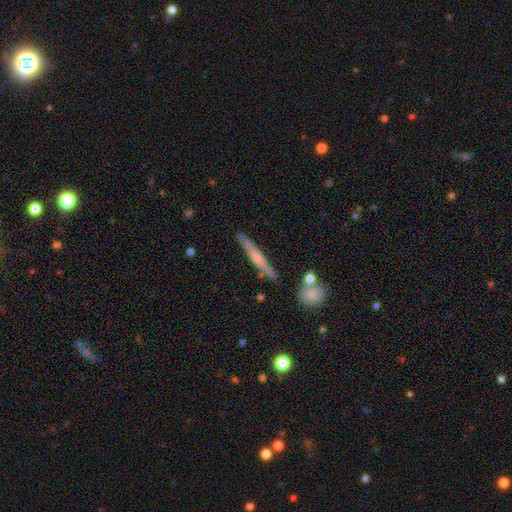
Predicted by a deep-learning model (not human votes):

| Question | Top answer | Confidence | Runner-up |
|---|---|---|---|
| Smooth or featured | featured or disk | 57% | smooth (36%) |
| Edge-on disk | yes | 96% | no (4%) |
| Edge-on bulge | rounded | 61% | none (31%) |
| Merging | none | 85% | minor disturbance (10%) |